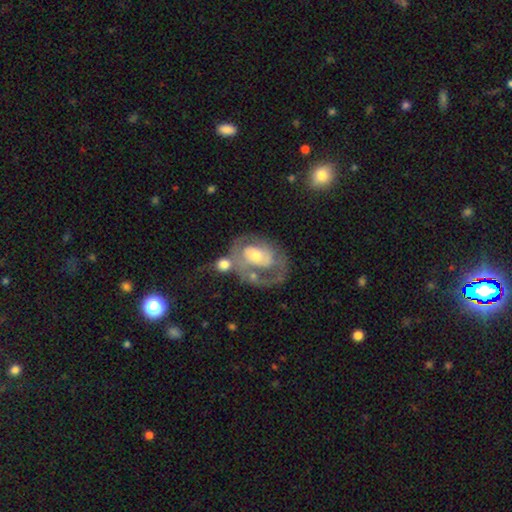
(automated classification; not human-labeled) Morphology: type=featured or disk (68%); edge-on=no (96%); bar=no (71%); spiral arms=yes (58%); bulge=moderate (53%); merging=none (32%).